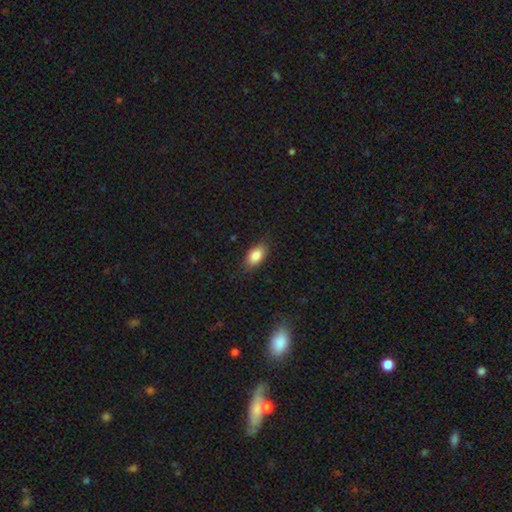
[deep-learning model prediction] This appears to be a smooth galaxy with no disk features (84%) that is in between round and cigar-shaped (89%). Merging: none (82%).